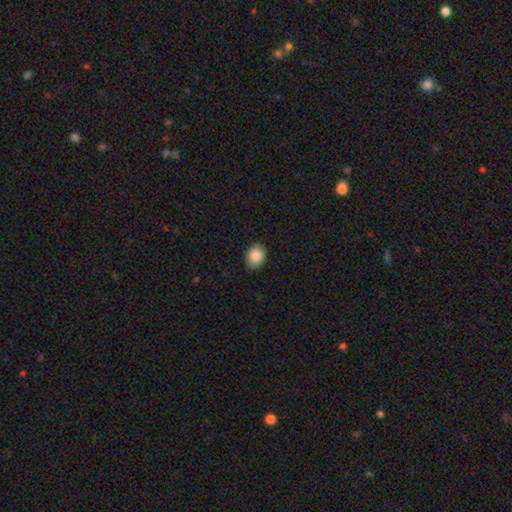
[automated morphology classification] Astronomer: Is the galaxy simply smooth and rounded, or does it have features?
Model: smooth — 88%.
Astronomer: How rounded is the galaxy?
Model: in between — 61% (runner-up: round, 38%).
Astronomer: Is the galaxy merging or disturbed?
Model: none — 83%.